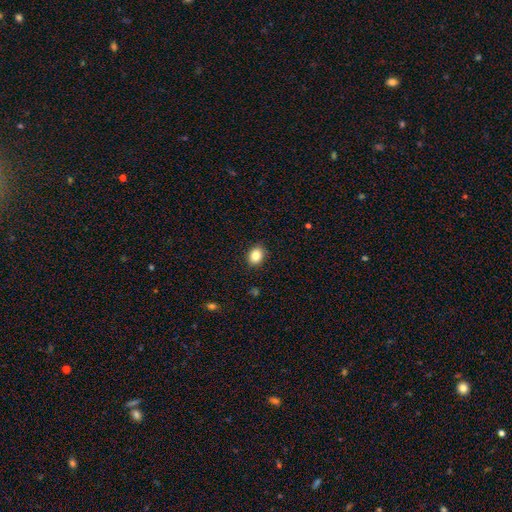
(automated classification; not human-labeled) smooth 85%, star or artifact 10%, featured or disk 6%. Down the decision tree: how rounded — round (50%); merging — none (90%).